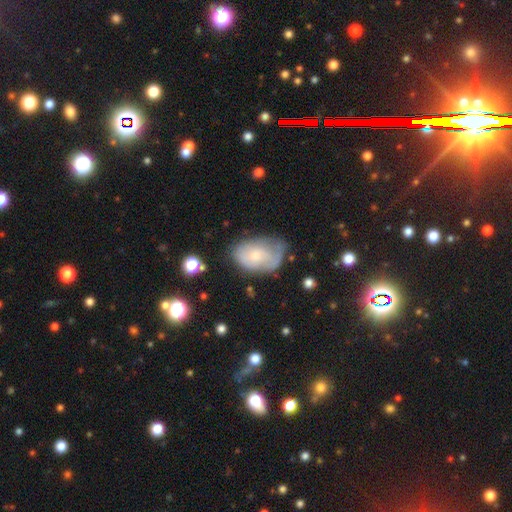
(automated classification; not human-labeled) smooth_or_featured: smooth (p=0.50) [alt: featured or disk p=0.42]
merging: none (p=0.46) [alt: minor disturbance p=0.34]